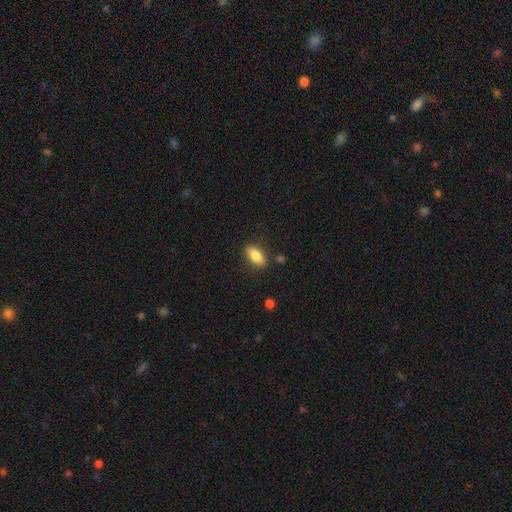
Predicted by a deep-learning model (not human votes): Smooth or featured?
  - smooth: 83% *
  - featured or disk: 10%
  - star or artifact: 7%
How rounded?
  - in between: 86% *
  - cigar-shaped: 11%
  - round: 3%
Merging?
  - none: 84% *
  - minor disturbance: 11%
  - major disturbance: 3%
  - merger: 2%